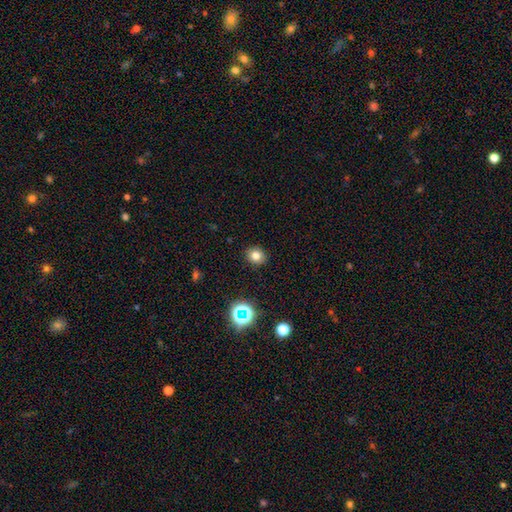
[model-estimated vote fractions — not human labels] Smooth or featured? Predicted: smooth (p=0.78). How rounded? Predicted: round (p=0.69). Merging? Predicted: none (p=0.90).